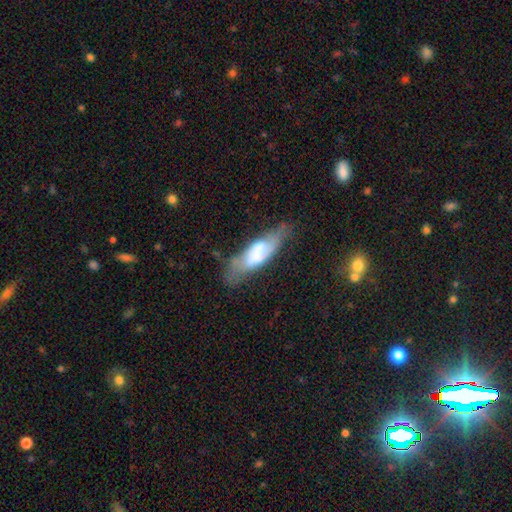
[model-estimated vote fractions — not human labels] Overall: featured or disk (48%; smooth 44%). Merging: none (54%; minor disturbance 28%).